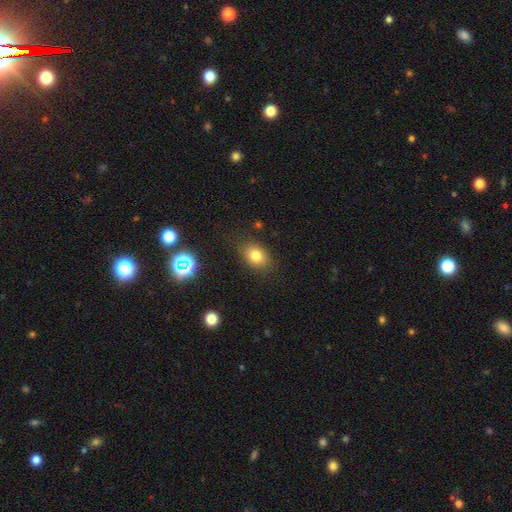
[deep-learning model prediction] Smooth or featured? Predicted: smooth (p=0.77). How rounded? Predicted: in between (p=0.63). Merging? Predicted: none (p=0.82).